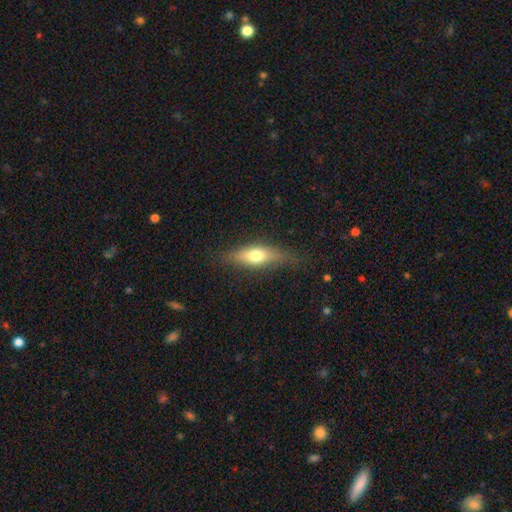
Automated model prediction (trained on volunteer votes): A smooth galaxy with no disk features (60%) that is in between round and cigar-shaped (54%).

Vote fractions:
- Smooth or featured? smooth: 60% / featured or disk: 33% / star or artifact: 7%
- How rounded? in between: 54% / cigar-shaped: 42% / round: 4%
- Merging? none: 75% / minor disturbance: 19% / major disturbance: 5% / merger: 1%